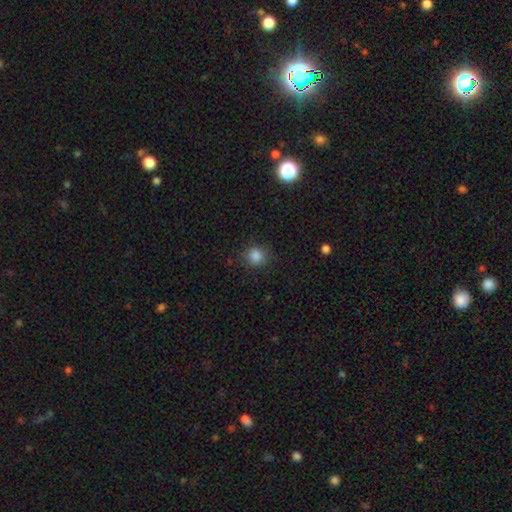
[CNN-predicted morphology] Smooth or featured? smooth (85%)
How rounded? round (88%)
Merging? none (84%)